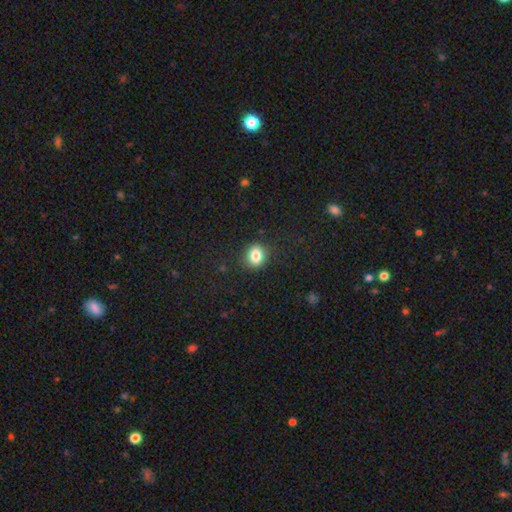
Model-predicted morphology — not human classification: This appears to be a smooth galaxy with no disk features (83%) that is round (63%). Merging: none (87%).